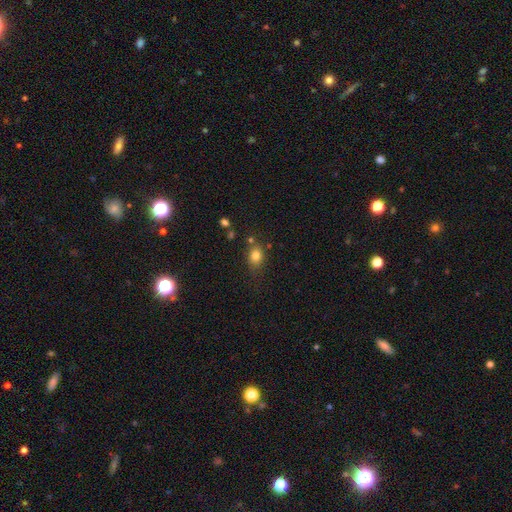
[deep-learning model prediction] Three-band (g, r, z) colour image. It shows a smooth galaxy with no disk features (80%) that is round (51%). Merging: none (68%).